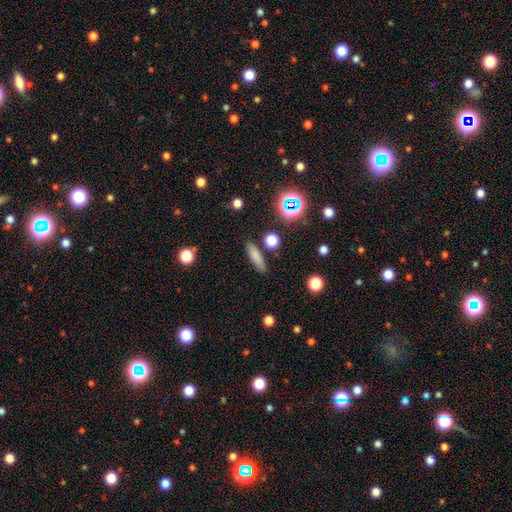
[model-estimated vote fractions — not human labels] A smooth galaxy with no disk features (76%) that is cigar-shaped (67%). Merging: none (85%).